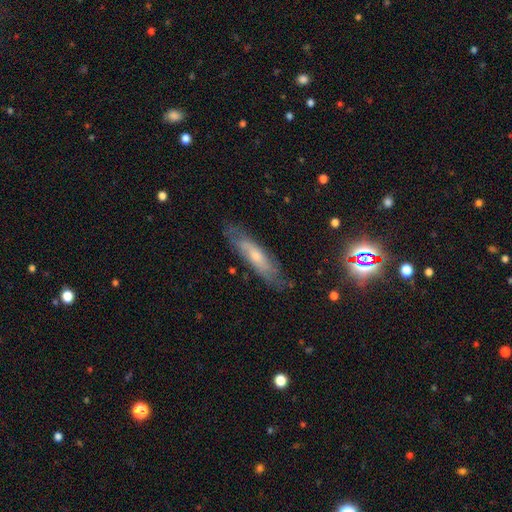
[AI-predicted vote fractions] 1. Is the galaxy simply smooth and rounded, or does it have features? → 53% featured or disk, 37% smooth, 10% star or artifact.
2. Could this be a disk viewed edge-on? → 54% no, 46% yes.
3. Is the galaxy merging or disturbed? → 76% none, 18% minor disturbance, 5% major disturbance, 2% merger.